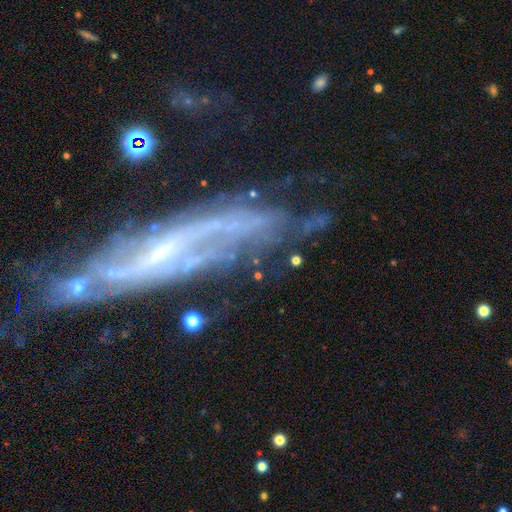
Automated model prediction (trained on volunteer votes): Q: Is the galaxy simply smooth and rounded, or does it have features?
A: featured or disk — 81%.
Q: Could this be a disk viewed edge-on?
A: no — 71%.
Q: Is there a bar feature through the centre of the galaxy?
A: weak — 41%.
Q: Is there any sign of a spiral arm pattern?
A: yes — 87%.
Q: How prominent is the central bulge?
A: small — 53%.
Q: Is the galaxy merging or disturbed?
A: none — 54%.